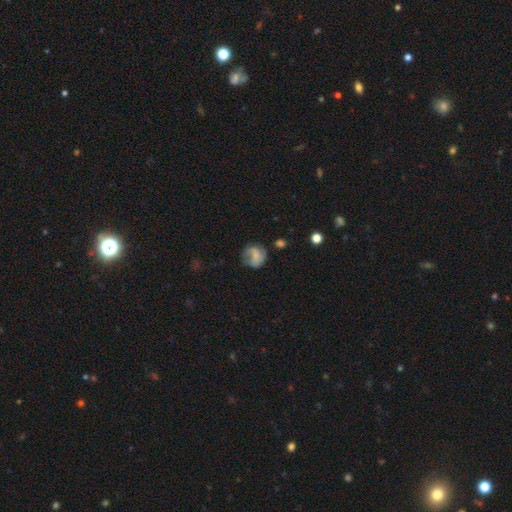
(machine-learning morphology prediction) A smooth galaxy with no disk features (63%) that is round (67%).

Vote fractions:
- Smooth or featured? smooth: 63% / featured or disk: 26% / star or artifact: 11%
- How rounded? round: 67% / in between: 32% / cigar-shaped: 1%
- Merging? none: 41% / minor disturbance: 30% / major disturbance: 26% / merger: 4%